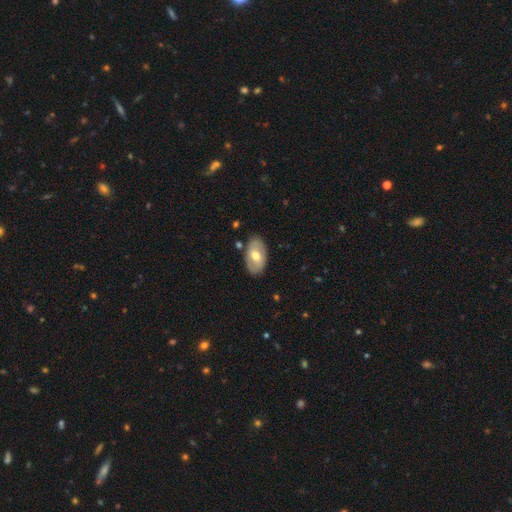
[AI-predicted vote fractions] smooth_or_featured: smooth (p=0.52) [alt: featured or disk p=0.42]
how_rounded: in between (p=0.92) [alt: round p=0.06]
merging: none (p=0.82) [alt: minor disturbance p=0.13]